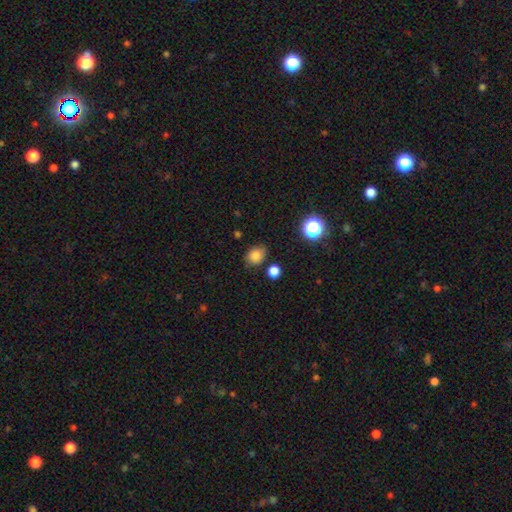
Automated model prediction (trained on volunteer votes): Smooth or featured? smooth (82%)
How rounded? in between (51%)
Merging? none (77%)